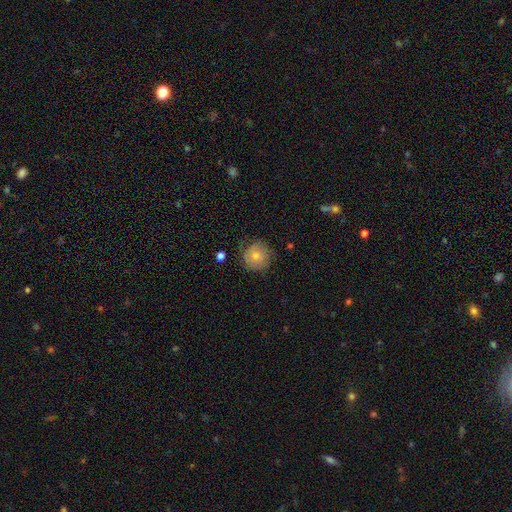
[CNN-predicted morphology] Smooth or featured: smooth — 60% (featured or disk — 29%)
How rounded: round — 94% (in between — 5%)
Merging: none — 79% (minor disturbance — 15%)